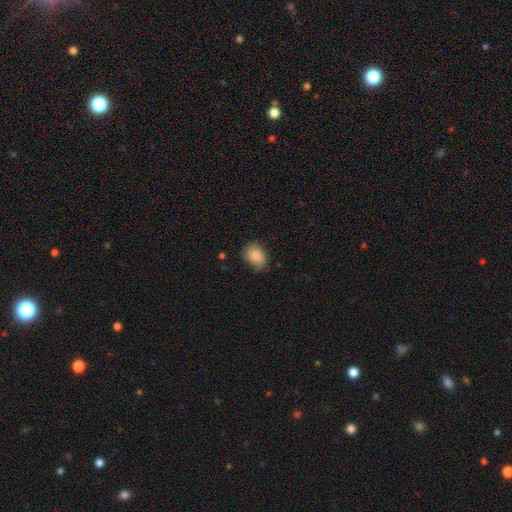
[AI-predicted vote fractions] Smooth or featured: smooth — 85% (star or artifact — 8%)
How rounded: in between — 66% (round — 33%)
Merging: none — 68% (minor disturbance — 25%)